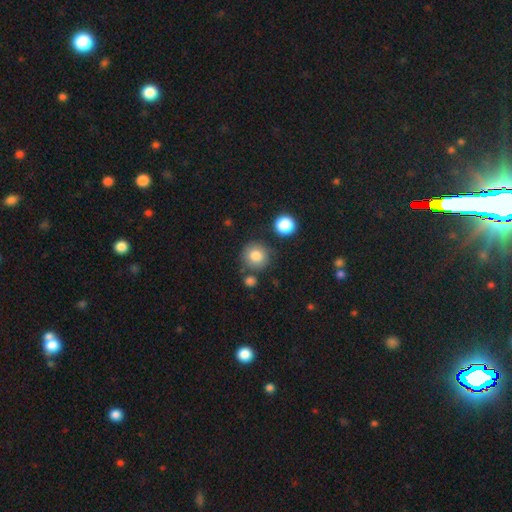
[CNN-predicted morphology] This is clearly a smooth galaxy (82%). How rounded: clearly round (90%). Merging: likely none (76%).